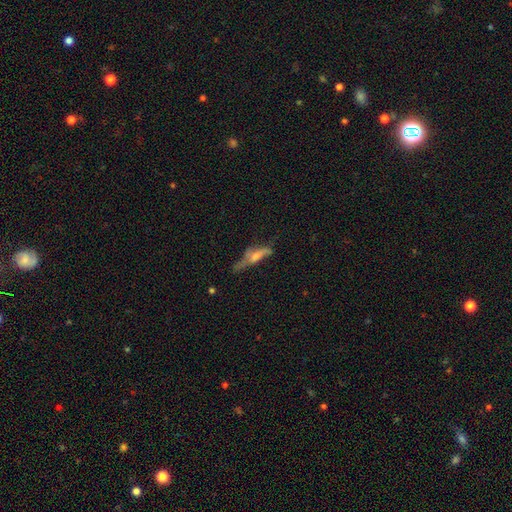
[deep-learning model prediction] featured or disk 53%, smooth 35%, star or artifact 12%. Down the decision tree: edge-on disk — yes (59%); merging — none (40%).